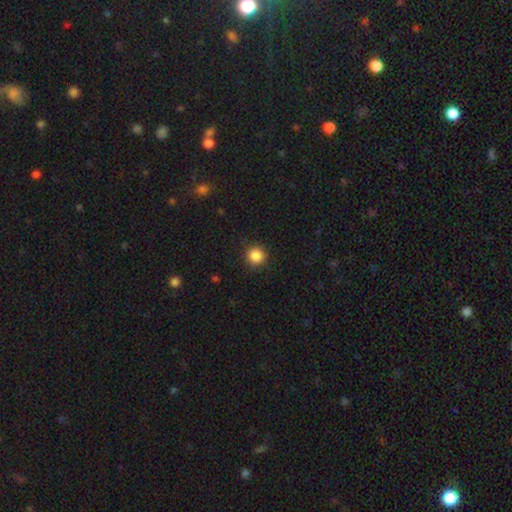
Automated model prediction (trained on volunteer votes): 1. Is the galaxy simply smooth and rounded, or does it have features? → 87% smooth, 10% star or artifact, 3% featured or disk.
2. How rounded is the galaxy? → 94% round, 5% in between, 1% cigar-shaped.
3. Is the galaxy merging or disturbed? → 91% none, 6% minor disturbance, 2% major disturbance, 1% merger.